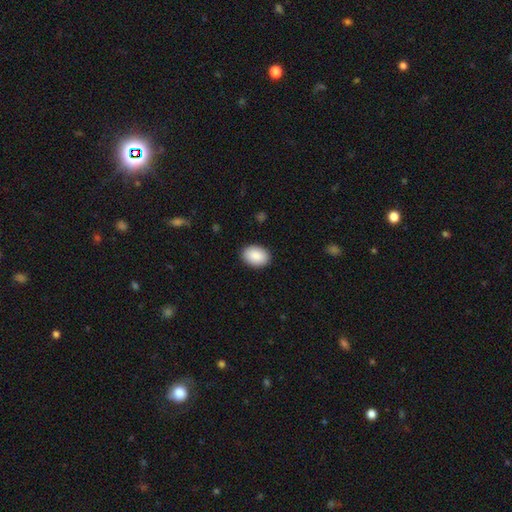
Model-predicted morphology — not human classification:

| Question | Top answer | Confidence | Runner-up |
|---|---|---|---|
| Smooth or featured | smooth | 90% | star or artifact (6%) |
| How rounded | in between | 84% | round (15%) |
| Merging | none | 90% | minor disturbance (8%) |